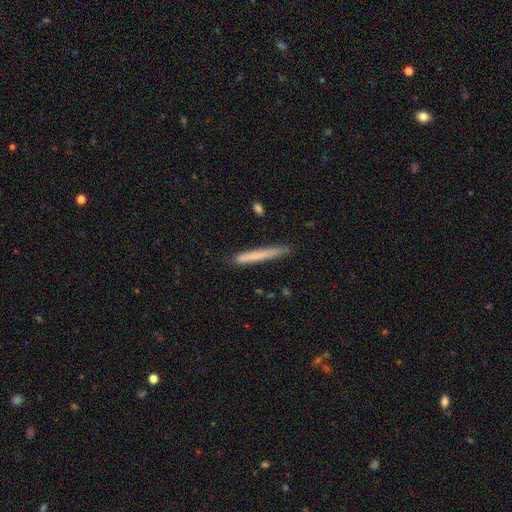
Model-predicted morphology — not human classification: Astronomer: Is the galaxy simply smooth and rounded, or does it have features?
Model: smooth — 69%.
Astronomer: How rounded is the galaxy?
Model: cigar-shaped — 97%.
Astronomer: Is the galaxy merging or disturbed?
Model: none — 84%.